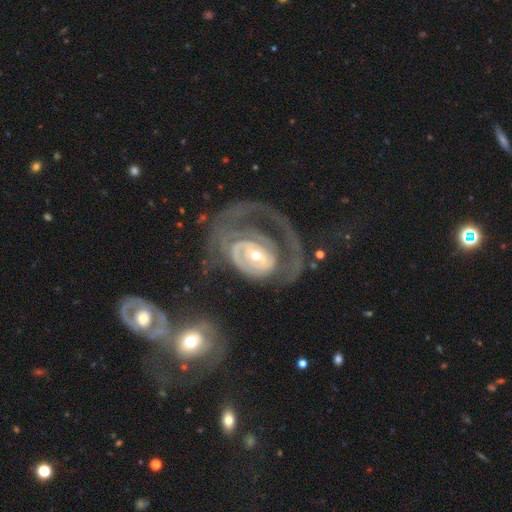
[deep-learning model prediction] A featured or disk galaxy (83%) with no bar (43%), 2 (33%) tight (51%) spiral arms (82%) and a small central bulge (57%).

Vote fractions:
- Smooth or featured? featured or disk: 83% / smooth: 11% / star or artifact: 6%
- Edge-on disk? no: 97% / yes: 3%
- Bar? no: 43% / weak: 37% / strong: 20%
- Spiral arms? yes: 82% / no: 18%
- Spiral winding? tight: 51% / medium: 32% / loose: 17%
- Spiral arm count? 2: 33% / can't tell: 29% / 1: 23% / 3: 8% / 4: 4% / more than 4: 3%
- Bulge size? small: 57% / moderate: 38% / large: 3% / none: 1% / dominant: 1%
- Merging? major disturbance: 50% / none: 28% / minor disturbance: 14% / merger: 8%